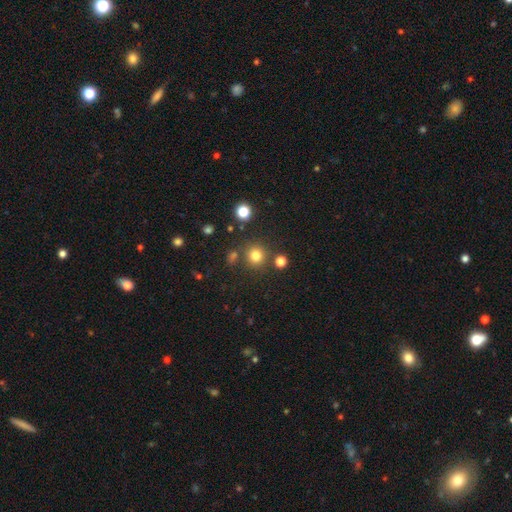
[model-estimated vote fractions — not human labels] Smooth or featured? Predicted: smooth (p=0.78). How rounded? Predicted: round (p=0.93). Merging? Predicted: none (p=0.83).